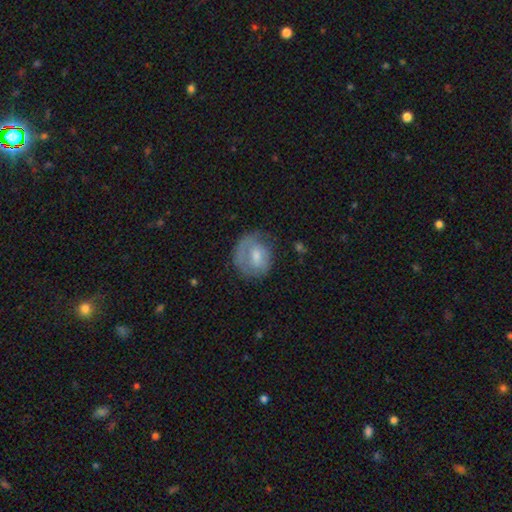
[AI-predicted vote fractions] This appears to be a smooth galaxy with no disk features (51%) that is round (65%). Merging: none (55%).